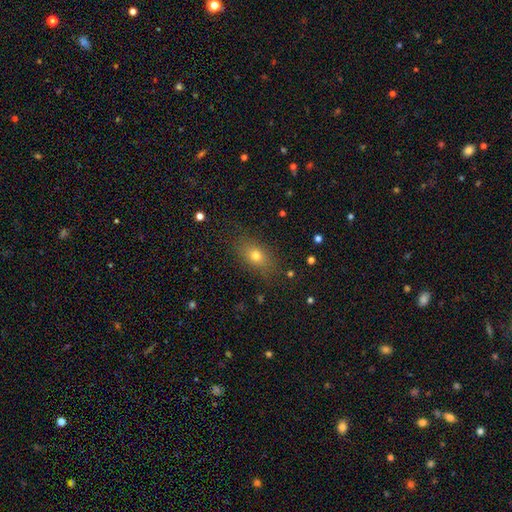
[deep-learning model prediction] smooth-or-featured: smooth: 72% | featured or disk: 15% | star or artifact: 13%
  how-rounded: in between: 74% | round: 19% | cigar-shaped: 7%
  merging: none: 82% | minor disturbance: 12% | major disturbance: 4% | merger: 1%